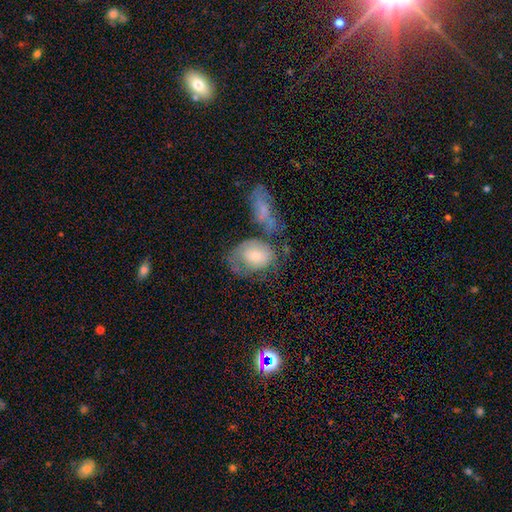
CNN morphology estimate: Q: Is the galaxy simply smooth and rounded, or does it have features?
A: smooth — 61%.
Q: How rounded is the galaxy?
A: in between — 68%.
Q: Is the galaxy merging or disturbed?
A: none — 29%.